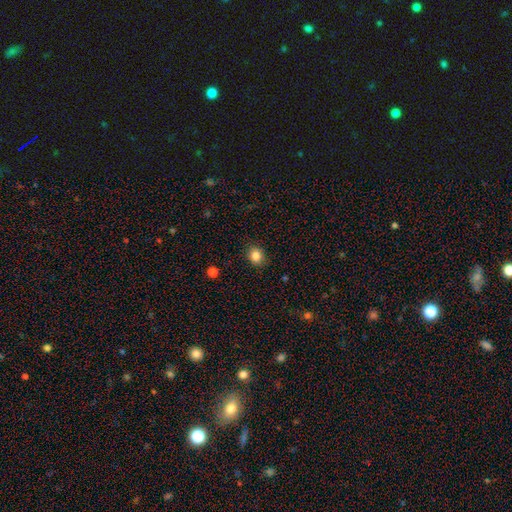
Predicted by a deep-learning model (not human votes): The model was most divided on "how rounded": round: 65%, in between: 35%, cigar-shaped: 1%. More confident: merging — none (87%); smooth or featured — smooth (85%).